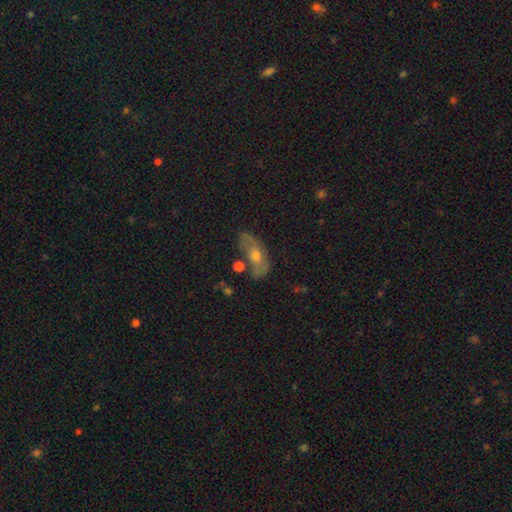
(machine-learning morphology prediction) smooth-or-featured: featured or disk: 47% | smooth: 44% | star or artifact: 10%
  merging: none: 50% | minor disturbance: 25% | major disturbance: 13% | merger: 11%